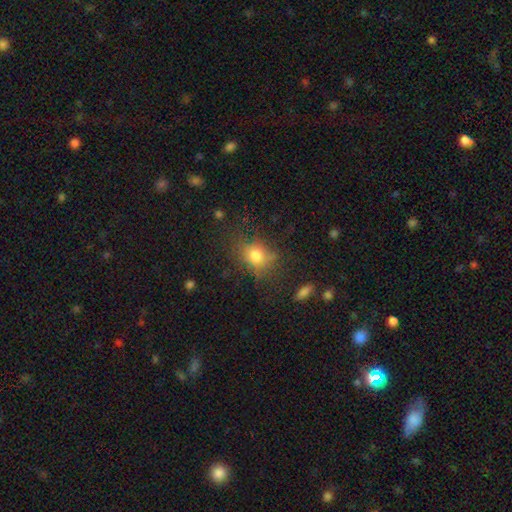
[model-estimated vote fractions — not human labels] smooth 75%, star or artifact 14%, featured or disk 11%. Down the decision tree: how rounded — round (57%); merging — none (68%).